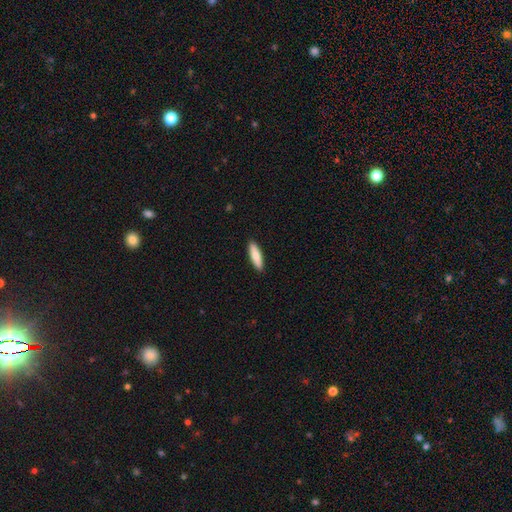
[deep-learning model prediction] Smooth or featured? smooth (76%)
How rounded? cigar-shaped (66%)
Merging? none (91%)